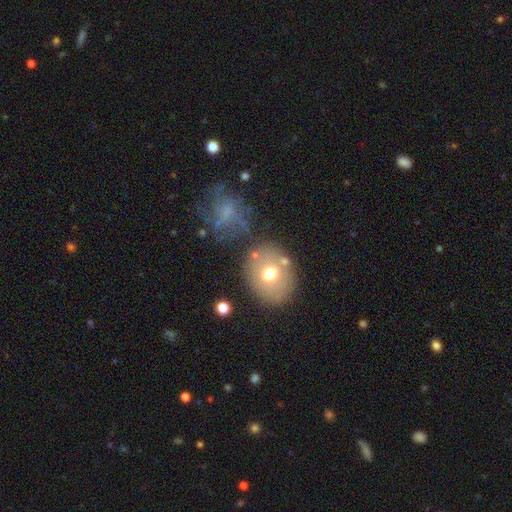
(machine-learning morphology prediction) The model was most divided on "how rounded": round: 58%, in between: 41%, cigar-shaped: 1%. More confident: merging — none (68%); smooth or featured — smooth (65%).